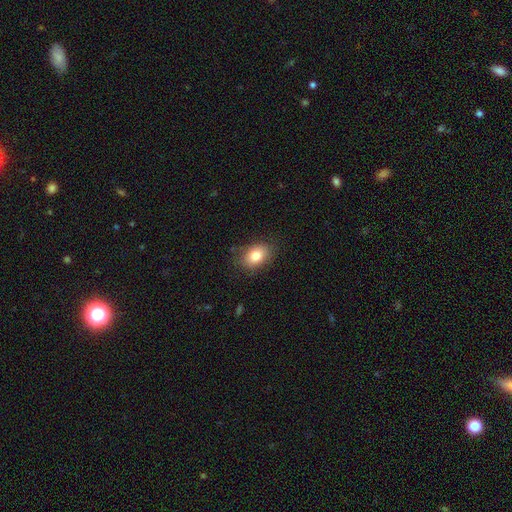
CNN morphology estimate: smooth_or_featured: smooth (p=0.82) [alt: featured or disk p=0.10]
how_rounded: in between (p=0.79) [alt: round p=0.20]
merging: none (p=0.82) [alt: minor disturbance p=0.13]